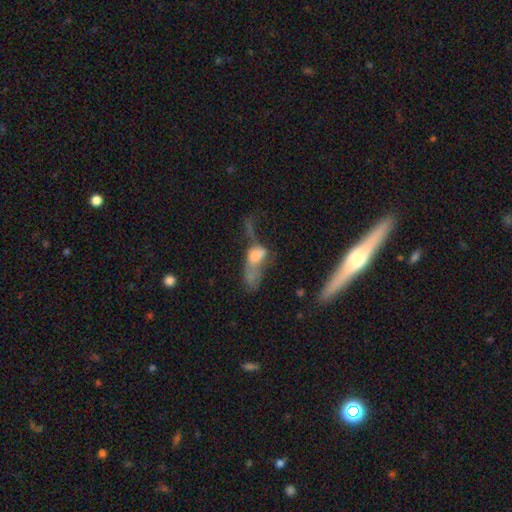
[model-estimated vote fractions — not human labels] This is possibly a smooth galaxy (48%). Merging: possibly major disturbance (52%).